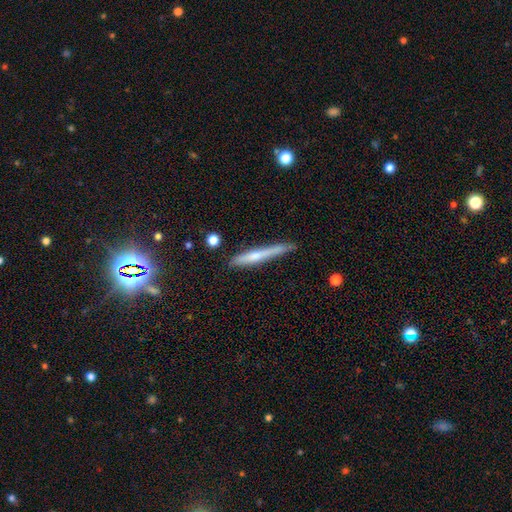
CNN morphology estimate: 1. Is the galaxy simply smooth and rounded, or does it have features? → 47% featured or disk, 45% smooth, 7% star or artifact.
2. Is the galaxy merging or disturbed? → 78% none, 16% minor disturbance, 3% major disturbance, 2% merger.